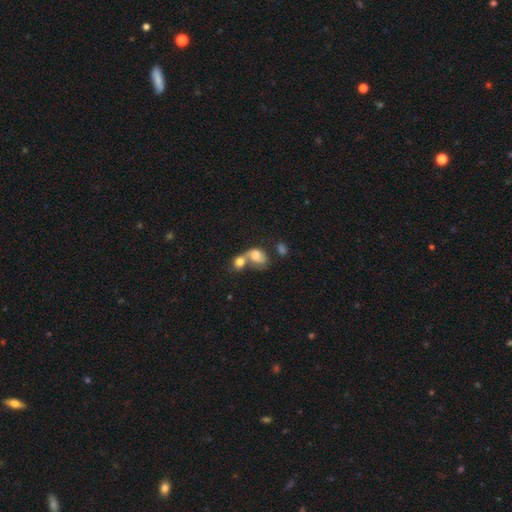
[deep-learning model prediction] The model was most divided on "how rounded": in between: 61%, round: 38%, cigar-shaped: 2%. More confident: merging — merger (73%); smooth or featured — smooth (63%).